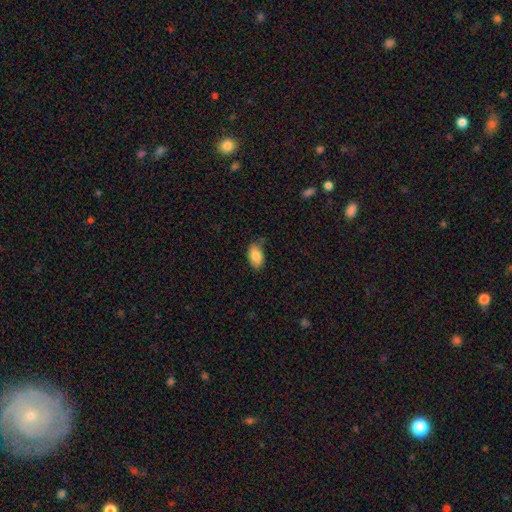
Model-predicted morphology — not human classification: This is clearly a smooth galaxy (86%). How rounded: clearly in between (92%). Merging: likely none (77%).